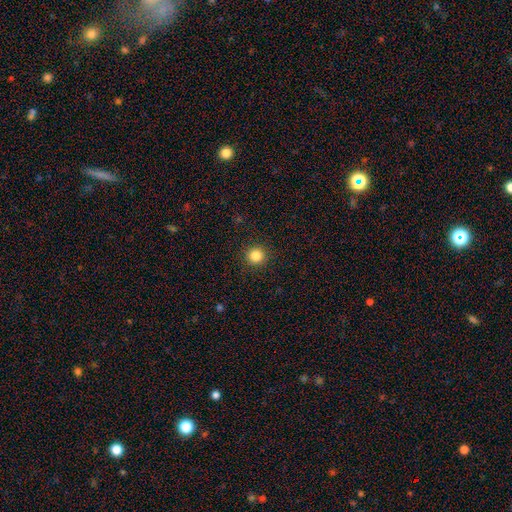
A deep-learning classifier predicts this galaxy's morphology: smooth_or_featured: smooth (p=0.84) [alt: star or artifact p=0.12]
how_rounded: round (p=0.95) [alt: in between p=0.04]
merging: none (p=0.92) [alt: minor disturbance p=0.05]